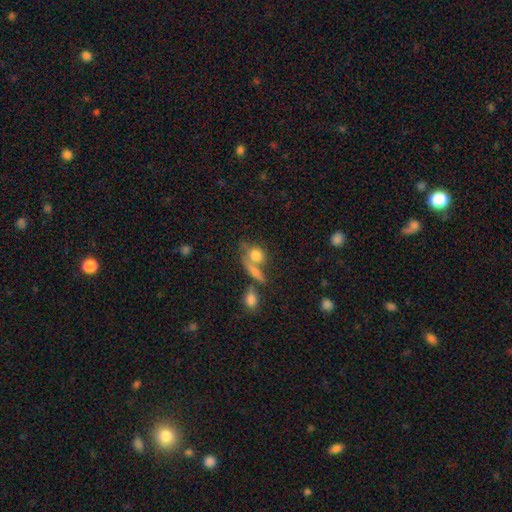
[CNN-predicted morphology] smooth 75%, featured or disk 15%, star or artifact 10%. Down the decision tree: how rounded — round (53%); merging — merger (43%).